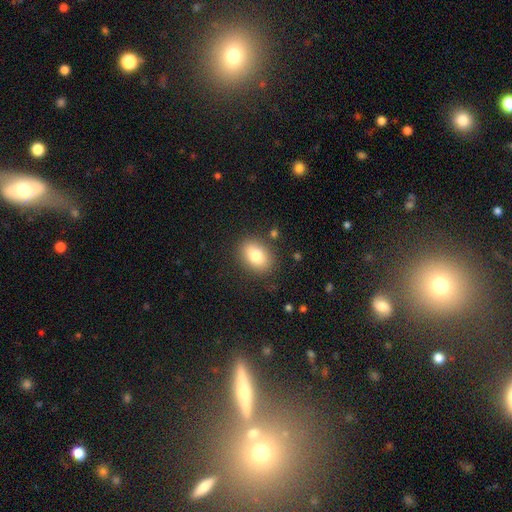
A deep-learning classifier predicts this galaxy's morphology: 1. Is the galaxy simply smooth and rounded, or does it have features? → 79% smooth, 12% featured or disk, 9% star or artifact.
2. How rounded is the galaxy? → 70% in between, 29% round, 1% cigar-shaped.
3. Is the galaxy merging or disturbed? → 84% none, 10% minor disturbance, 3% major disturbance, 2% merger.